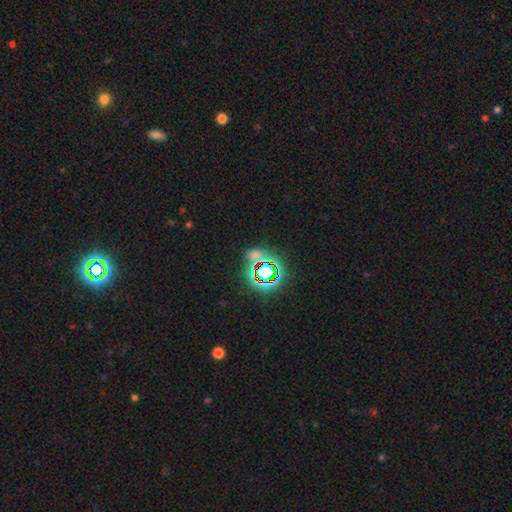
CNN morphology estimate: smooth_or_featured: star or artifact (p=0.65) [alt: smooth p=0.26]